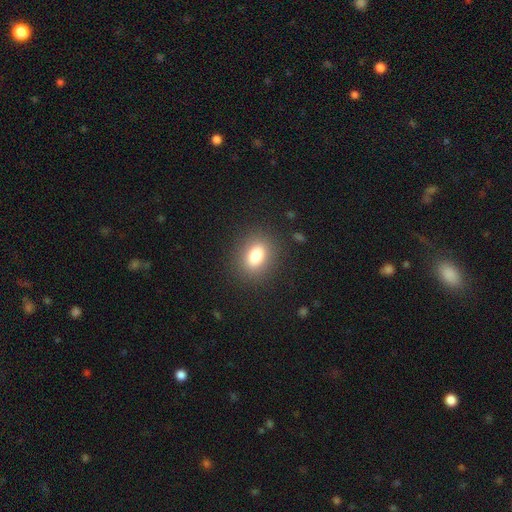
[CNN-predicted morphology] The model was most divided on "how rounded": in between: 64%, round: 34%, cigar-shaped: 2%. More confident: merging — none (86%); smooth or featured — smooth (80%).